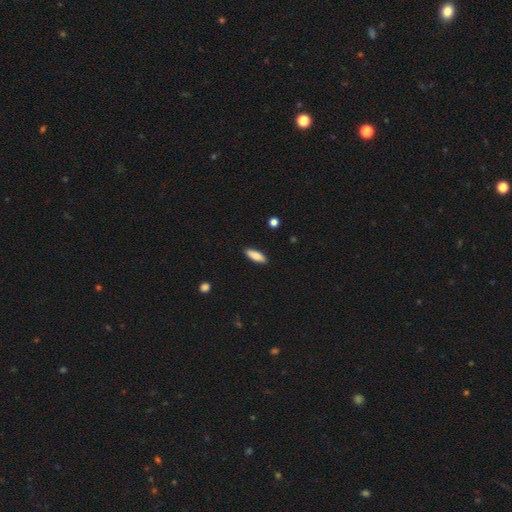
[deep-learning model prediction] A smooth galaxy with no disk features (84%) that is in between round and cigar-shaped (59%).

Vote fractions:
- Smooth or featured? smooth: 84% / featured or disk: 10% / star or artifact: 6%
- How rounded? in between: 59% / cigar-shaped: 39% / round: 2%
- Merging? none: 89% / minor disturbance: 8% / major disturbance: 2% / merger: 1%